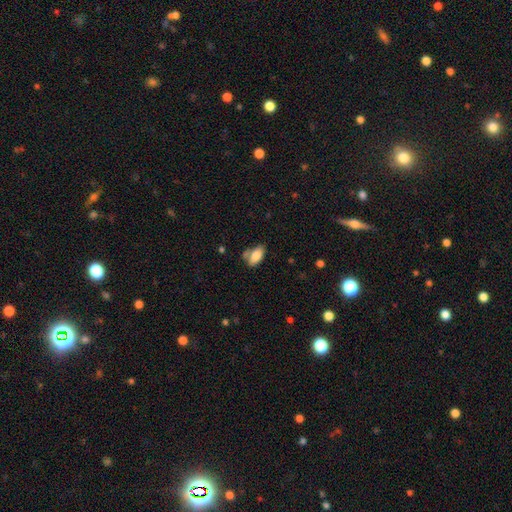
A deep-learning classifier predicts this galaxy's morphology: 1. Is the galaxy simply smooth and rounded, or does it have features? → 83% smooth, 10% featured or disk, 8% star or artifact.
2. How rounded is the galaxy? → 92% in between, 4% cigar-shaped, 4% round.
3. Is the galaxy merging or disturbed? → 54% none, 23% minor disturbance, 16% merger, 7% major disturbance.